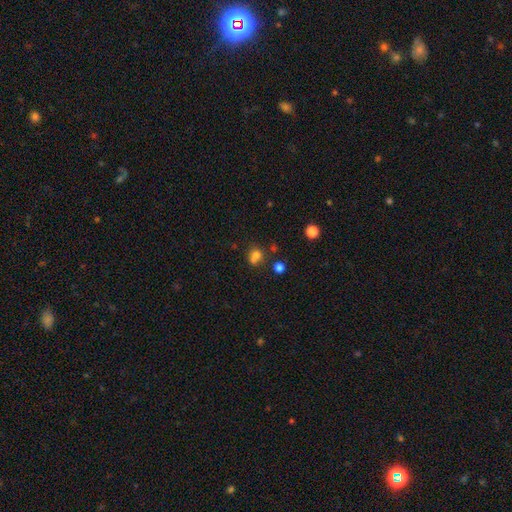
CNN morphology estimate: smooth 72%, star or artifact 17%, featured or disk 11%. Down the decision tree: how rounded — round (73%); merging — none (48%).